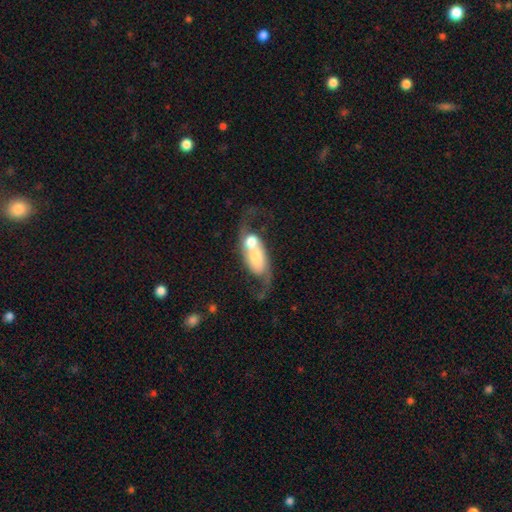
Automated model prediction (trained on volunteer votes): This appears to be a featured or disk galaxy (61%) with no bar (67%), spiral arms (79%) and a moderate central bulge (33%). Merging: merger (59%).